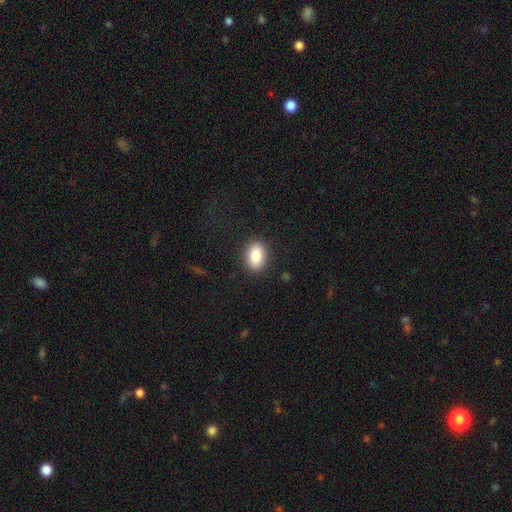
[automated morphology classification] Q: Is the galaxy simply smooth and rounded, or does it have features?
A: smooth — 85%.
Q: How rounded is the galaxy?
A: in between — 80%.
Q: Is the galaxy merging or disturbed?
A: none — 88%.